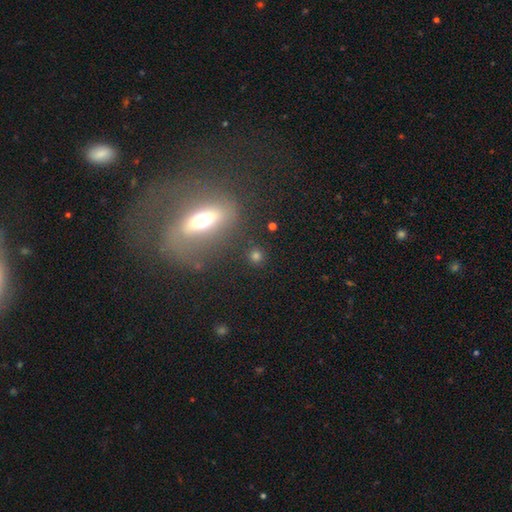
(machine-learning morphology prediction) Q: Smooth or featured?
A: smooth (59%); runner-up: star or artifact (21%)
Q: How rounded?
A: round (64%); runner-up: in between (25%)
Q: Merging?
A: none (77%); runner-up: minor disturbance (11%)